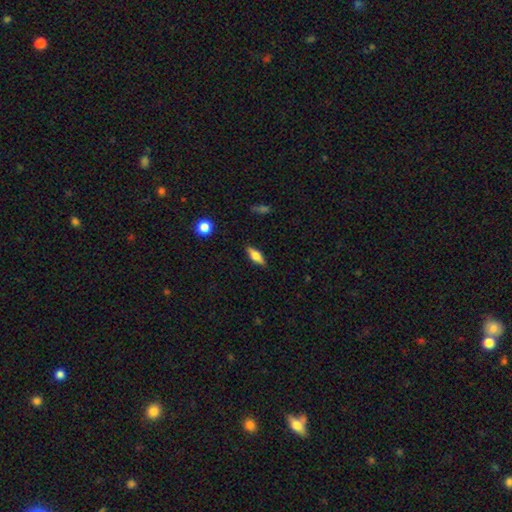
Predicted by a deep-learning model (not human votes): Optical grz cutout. It shows a smooth galaxy with no disk features (58%) that is in between round and cigar-shaped (66%). Merging: none (87%).